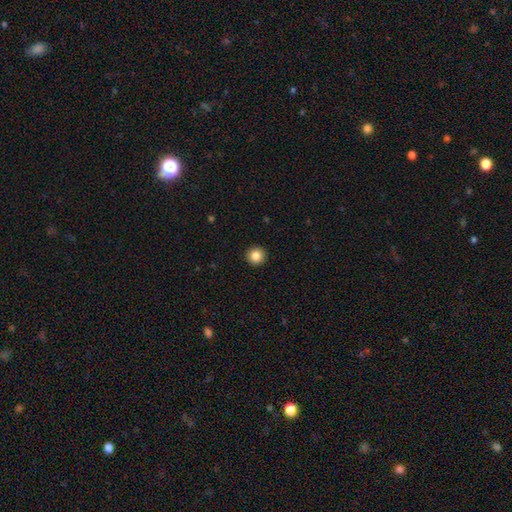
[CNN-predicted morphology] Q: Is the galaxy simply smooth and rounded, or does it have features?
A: smooth — 85%.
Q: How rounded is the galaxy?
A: round — 95%.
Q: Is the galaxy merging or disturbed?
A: none — 93%.